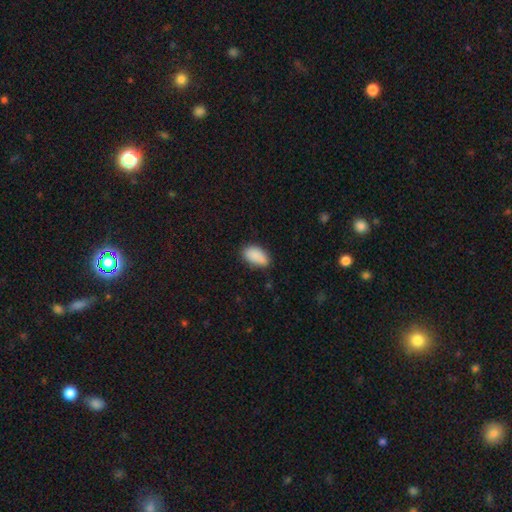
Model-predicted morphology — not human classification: Q: Smooth or featured?
A: smooth (88%); runner-up: star or artifact (7%)
Q: How rounded?
A: in between (93%); runner-up: round (4%)
Q: Merging?
A: none (71%); runner-up: minor disturbance (23%)